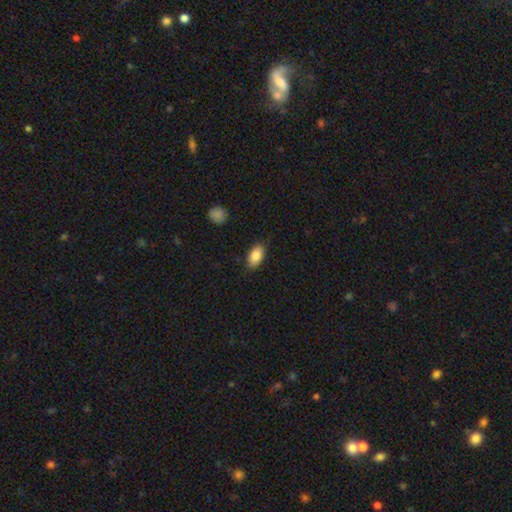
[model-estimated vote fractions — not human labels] smooth-or-featured: smooth: 86% | featured or disk: 7% | star or artifact: 7%
  how-rounded: in between: 93% | round: 4% | cigar-shaped: 3%
  merging: none: 85% | minor disturbance: 11% | major disturbance: 2% | merger: 1%